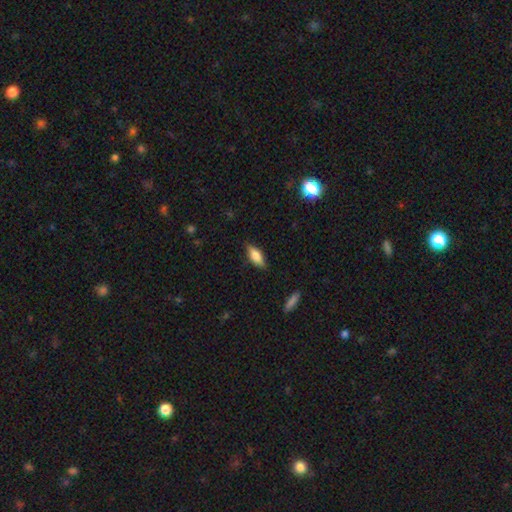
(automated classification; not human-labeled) Overall: smooth (69%). How rounded: in between (68%; cigar-shaped 29%). Merging: none (83%).